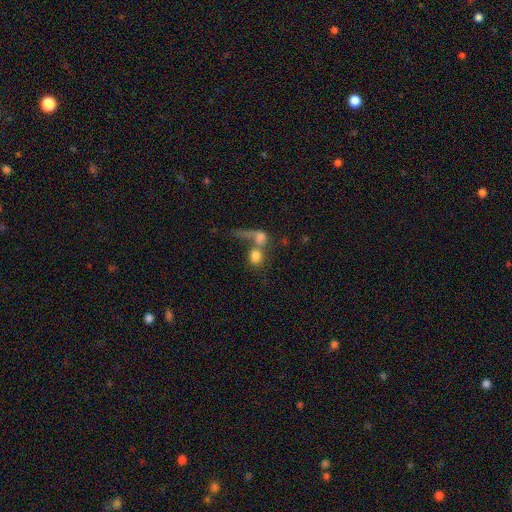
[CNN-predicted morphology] smooth_or_featured: smooth (p=0.71) [alt: featured or disk p=0.18]
how_rounded: round (p=0.65) [alt: in between p=0.31]
merging: merger (p=0.58) [alt: none p=0.20]